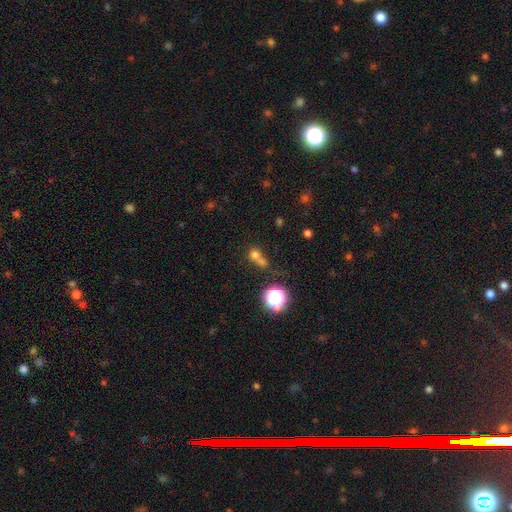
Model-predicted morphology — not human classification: This appears to be a smooth galaxy with no disk features (67%) that is round (79%). Merging: merger (52%).